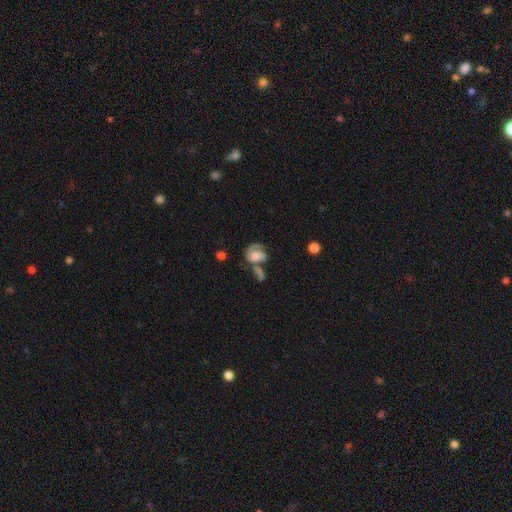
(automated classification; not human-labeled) Q: Smooth or featured?
A: featured or disk (60%); runner-up: smooth (32%)
Q: Edge-on disk?
A: no (97%); runner-up: yes (3%)
Q: Bar?
A: no (64%); runner-up: weak (29%)
Q: Spiral arms?
A: yes (84%); runner-up: no (16%)
Q: Bulge size?
A: moderate (47%); runner-up: small (20%)
Q: Merging?
A: none (32%); runner-up: merger (31%)